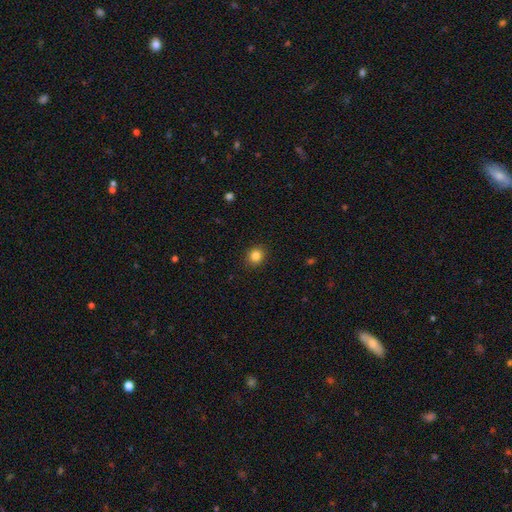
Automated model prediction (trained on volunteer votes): The model was most divided on "how rounded": round: 80%, in between: 19%, cigar-shaped: 1%. More confident: merging — none (91%); smooth or featured — smooth (84%).